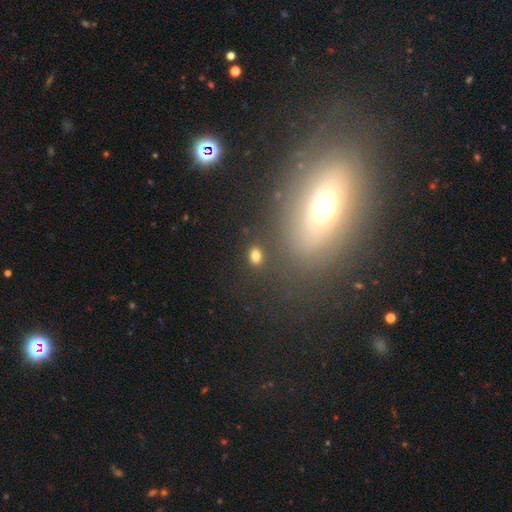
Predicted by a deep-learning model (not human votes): Smooth or featured? smooth (80%)
How rounded? in between (74%)
Merging? none (84%)